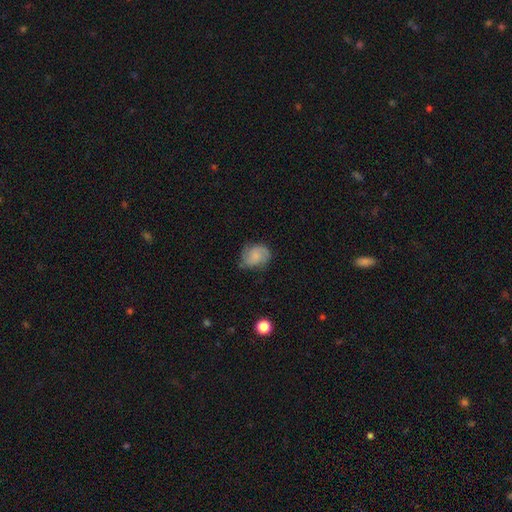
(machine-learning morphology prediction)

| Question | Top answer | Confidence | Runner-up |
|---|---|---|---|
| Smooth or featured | featured or disk | 51% | smooth (41%) |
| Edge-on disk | no | 98% | yes (2%) |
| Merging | none | 68% | minor disturbance (23%) |